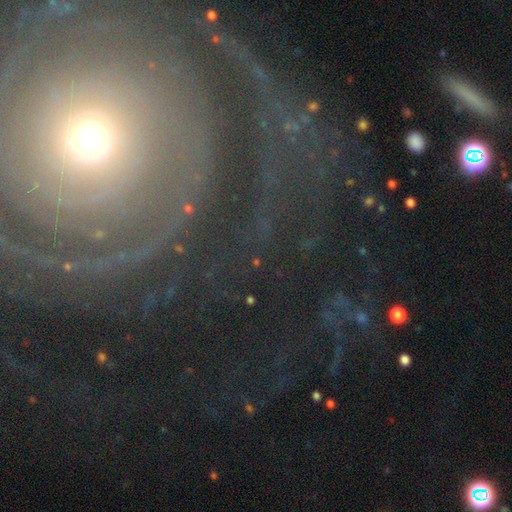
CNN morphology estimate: smooth-or-featured: featured or disk: 60% | star or artifact: 26% | smooth: 14%
  disk-edge-on: no: 91% | yes: 9%
    bar: no: 59% | weak: 22% | strong: 19%
    has-spiral-arms: yes: 82% | no: 18%
    bulge-size: small: 48% | moderate: 39% | large: 6% | dominant: 3% | none: 3%
  merging: none: 68% | major disturbance: 15% | minor disturbance: 13% | merger: 4%